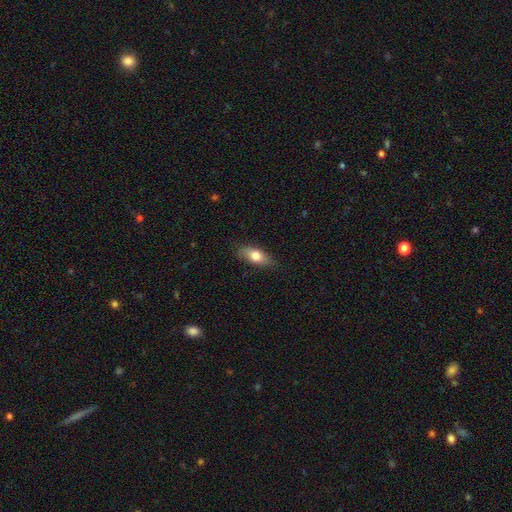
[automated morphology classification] Smooth or featured? Predicted: smooth (p=0.72). How rounded? Predicted: in between (p=0.76). Merging? Predicted: none (p=0.82).